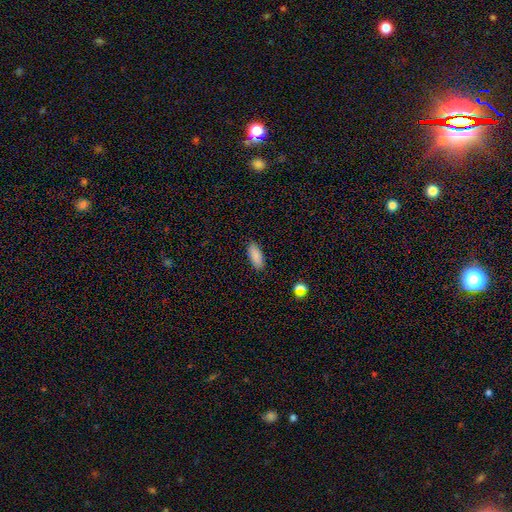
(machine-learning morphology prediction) Smooth or featured: smooth — 87% (star or artifact — 7%)
How rounded: in between — 74% (cigar-shaped — 24%)
Merging: none — 87% (minor disturbance — 9%)